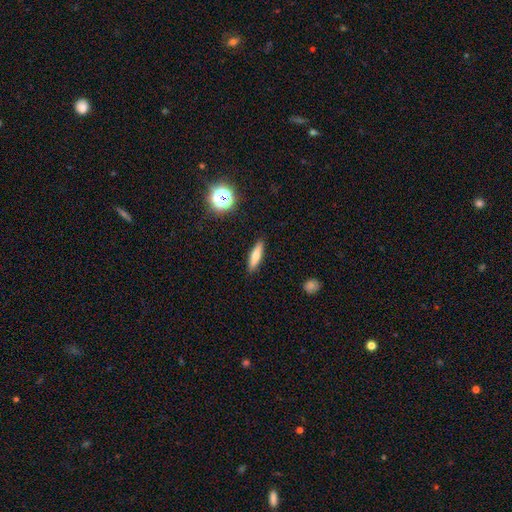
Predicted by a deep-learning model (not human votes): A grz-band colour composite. It shows a smooth galaxy with no disk features (69%) that is cigar-shaped (70%). Merging: none (89%).